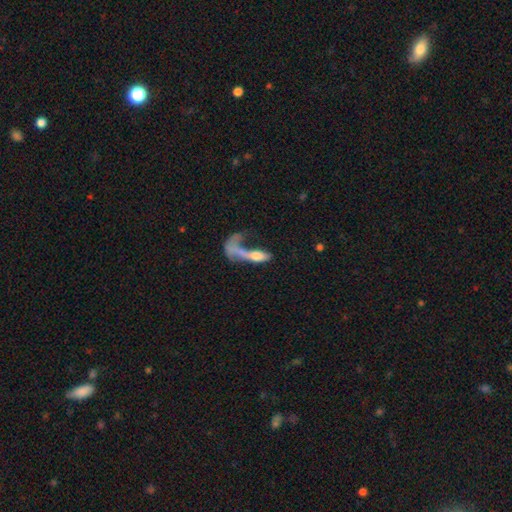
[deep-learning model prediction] A smooth galaxy with no disk features (54%) that is cigar-shaped (48%). Merging: major disturbance (47%).